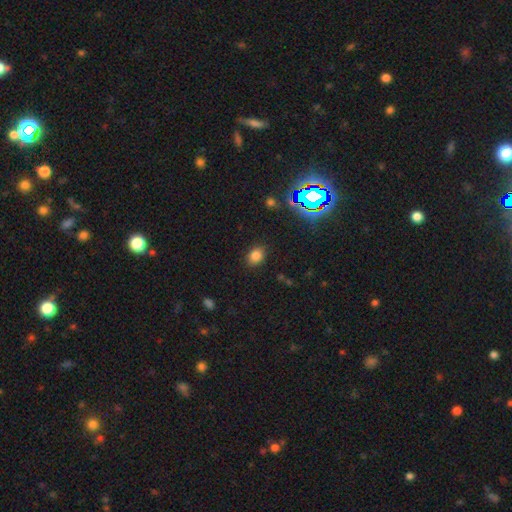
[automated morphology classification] A smooth galaxy with no disk features (78%) that is in between round and cigar-shaped (60%).

Vote fractions:
- Smooth or featured? smooth: 78% / star or artifact: 16% / featured or disk: 6%
- How rounded? in between: 60% / round: 39% / cigar-shaped: 1%
- Merging? none: 86% / minor disturbance: 9% / major disturbance: 3% / merger: 1%